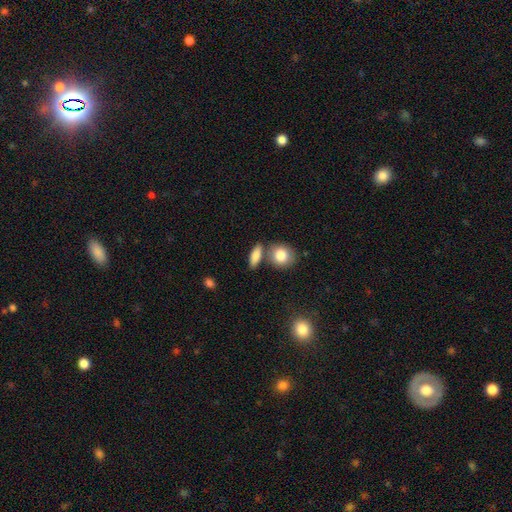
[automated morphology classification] This is clearly a smooth galaxy (81%). How rounded: possibly in between (59%). Merging: likely none (67%).